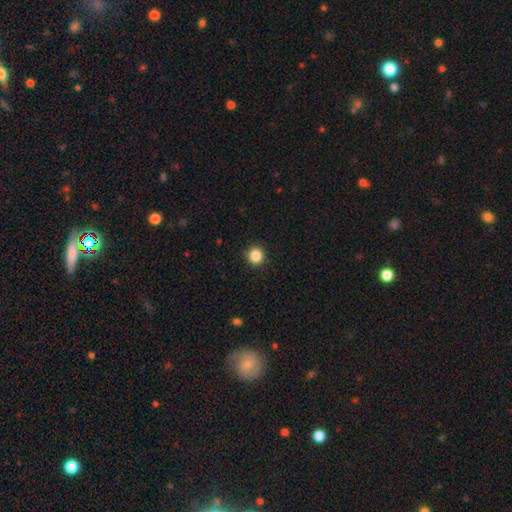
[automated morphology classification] This is clearly a smooth galaxy (85%). How rounded: clearly round (94%). Merging: clearly none (91%).